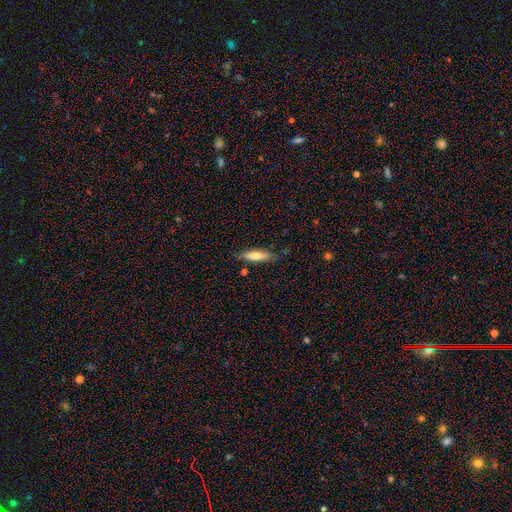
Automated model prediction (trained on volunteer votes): This appears to be a smooth galaxy with no disk features (65%) that is cigar-shaped (67%). Merging: none (83%).